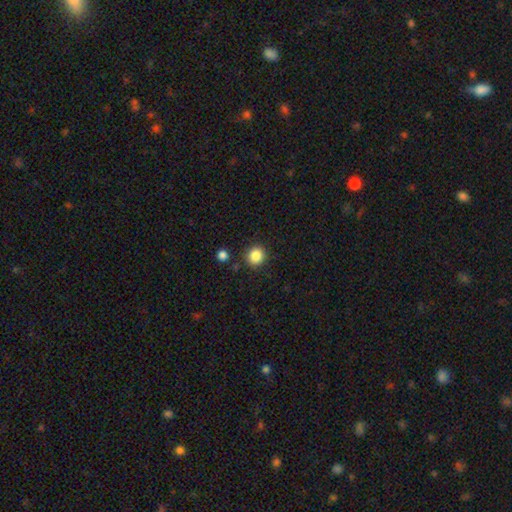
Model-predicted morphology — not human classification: smooth-or-featured: smooth: 86% | star or artifact: 10% | featured or disk: 4%
  how-rounded: round: 89% | in between: 10% | cigar-shaped: 1%
  merging: none: 87% | minor disturbance: 7% | merger: 3% | major disturbance: 2%